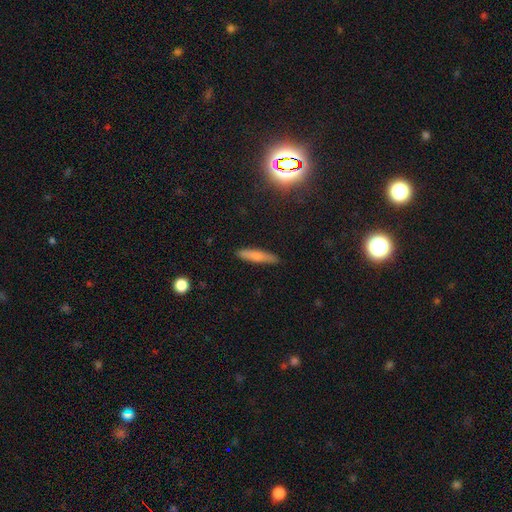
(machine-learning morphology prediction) This appears to be a smooth galaxy with no disk features (74%) that is cigar-shaped (86%). Merging: none (87%).